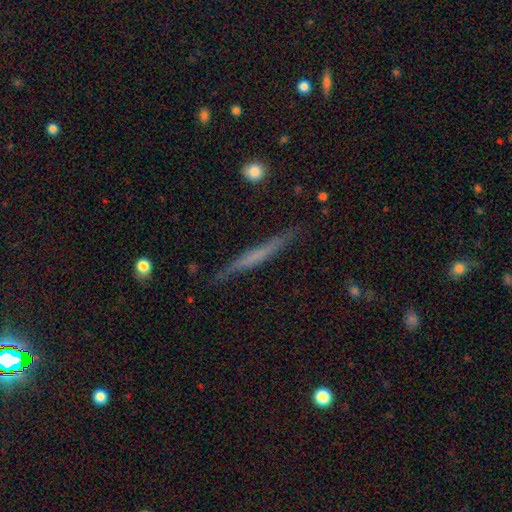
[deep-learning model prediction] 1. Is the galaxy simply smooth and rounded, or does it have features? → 50% featured or disk, 42% smooth, 7% star or artifact.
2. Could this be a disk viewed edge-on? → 96% yes, 4% no.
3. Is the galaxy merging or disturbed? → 84% none, 12% minor disturbance, 3% major disturbance, 2% merger.